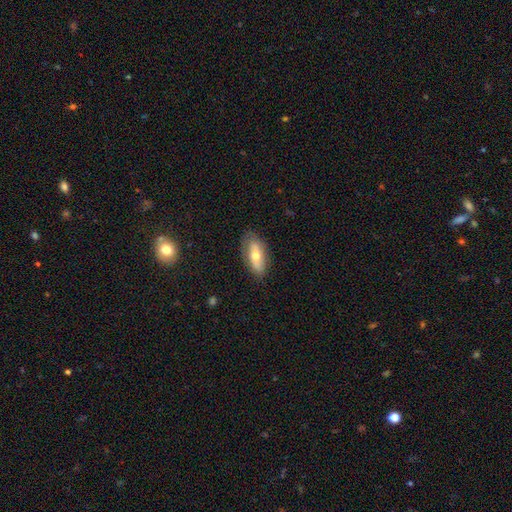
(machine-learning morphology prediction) The model was most divided on "smooth or featured": smooth: 57%, featured or disk: 36%, star or artifact: 7%. More confident: merging — none (80%); how rounded — in between (80%).